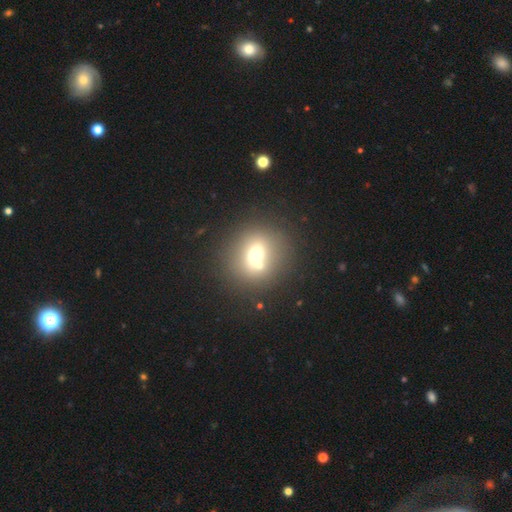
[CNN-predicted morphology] Smooth or featured: smooth — 63% (featured or disk — 21%)
How rounded: round — 73% (in between — 26%)
Merging: none — 60% (merger — 26%)